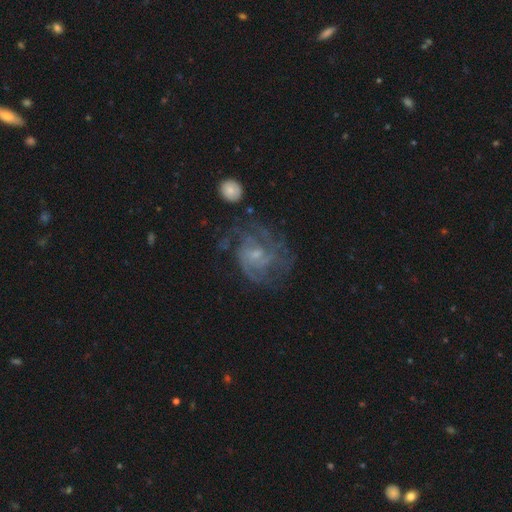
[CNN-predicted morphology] Overall: featured or disk (79%). Edge-on disk: no (98%). Bar: no (61%; weak 34%). Spiral arms: yes (86%). Spiral arm count: can't tell (41%; 3 20%). Spiral winding: tight (42%, tied with medium). Bulge size: small (62%; moderate 24%). Merging: none (53%; major disturbance 24%).